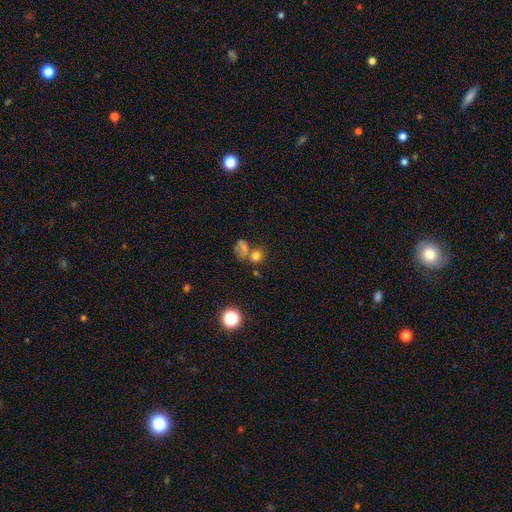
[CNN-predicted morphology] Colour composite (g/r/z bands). It shows a smooth galaxy with no disk features (68%) that is round (54%). Merging: merger (40%).